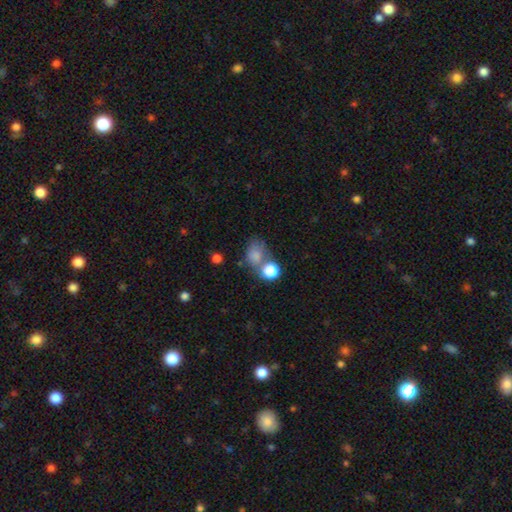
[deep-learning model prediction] A smooth galaxy with no disk features (76%) that is in between round and cigar-shaped (56%).

Vote fractions:
- Smooth or featured? smooth: 76% / star or artifact: 15% / featured or disk: 10%
- How rounded? in between: 56% / round: 42% / cigar-shaped: 1%
- Merging? none: 43% / merger: 28% / minor disturbance: 17% / major disturbance: 11%